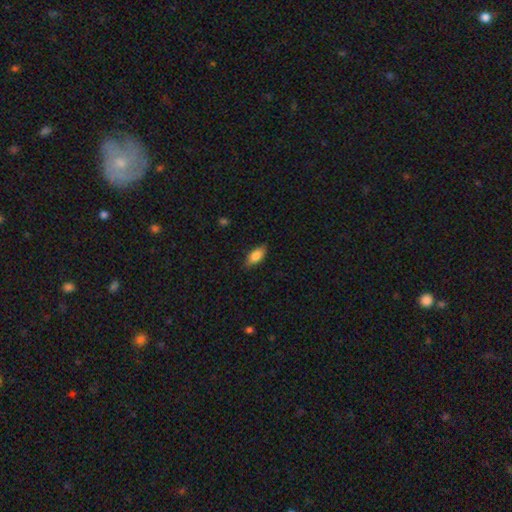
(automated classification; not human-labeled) smooth-or-featured: smooth: 83% | featured or disk: 10% | star or artifact: 7%
  how-rounded: in between: 86% | cigar-shaped: 11% | round: 3%
  merging: none: 82% | minor disturbance: 15% | major disturbance: 3% | merger: 1%